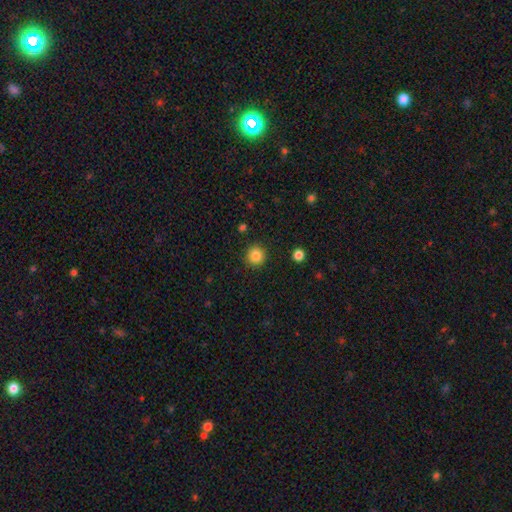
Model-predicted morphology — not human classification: smooth_or_featured: smooth (p=0.85) [alt: star or artifact p=0.10]
how_rounded: round (p=0.93) [alt: in between p=0.06]
merging: none (p=0.91) [alt: minor disturbance p=0.05]